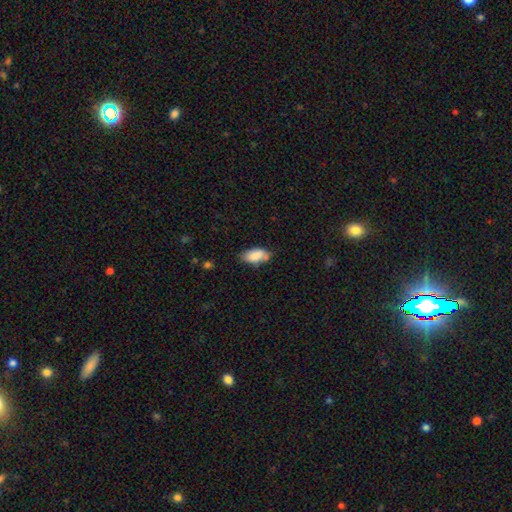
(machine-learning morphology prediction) smooth_or_featured: smooth (p=0.83) [alt: featured or disk p=0.10]
how_rounded: in between (p=0.92) [alt: cigar-shaped p=0.06]
merging: none (p=0.60) [alt: minor disturbance p=0.29]